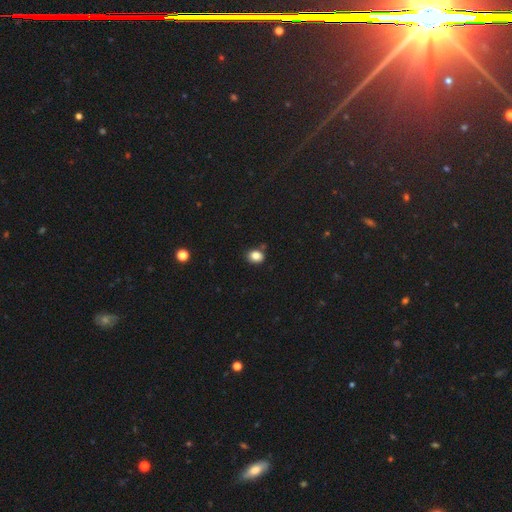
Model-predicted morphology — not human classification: type=smooth (83%); roundness=in between (50%); merging=none (80%).